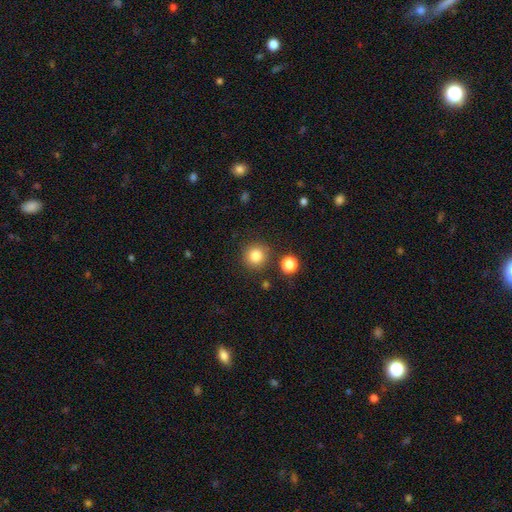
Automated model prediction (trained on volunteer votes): Smooth or featured: smooth — 83% (star or artifact — 11%)
How rounded: round — 93% (in between — 6%)
Merging: none — 85% (minor disturbance — 8%)